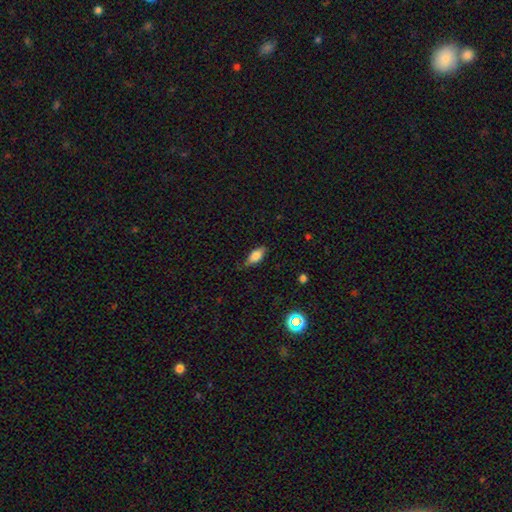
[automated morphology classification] Smooth or featured? Predicted: smooth (p=0.77). How rounded? Predicted: in between (p=0.83). Merging? Predicted: none (p=0.72).